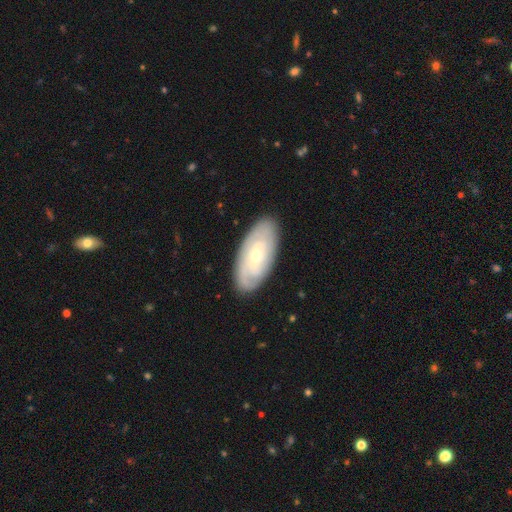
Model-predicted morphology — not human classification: This is likely a featured or disk galaxy (66%). It is clearly not viewed edge-on (90%). Bar: possibly no (46%). Spiral arm pattern: likely yes (78%). Central bulge: likely small (63%). Merging: clearly none (85%).